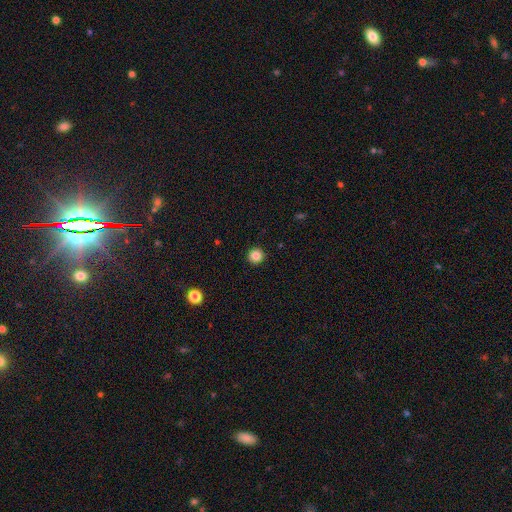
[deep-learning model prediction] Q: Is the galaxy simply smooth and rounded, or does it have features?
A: smooth — 85%.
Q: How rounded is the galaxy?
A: round — 95%.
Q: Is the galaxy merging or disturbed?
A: none — 93%.